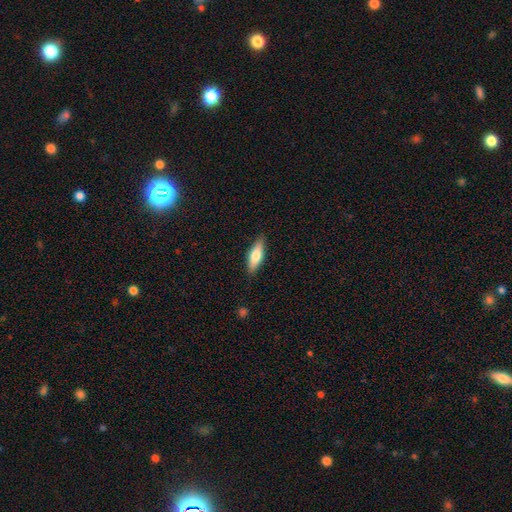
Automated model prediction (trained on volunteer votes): Smooth or featured?
  - smooth: 68% *
  - featured or disk: 27%
  - star or artifact: 6%
How rounded?
  - in between: 55% *
  - cigar-shaped: 43%
  - round: 2%
Merging?
  - none: 86% *
  - minor disturbance: 10%
  - major disturbance: 2%
  - merger: 1%